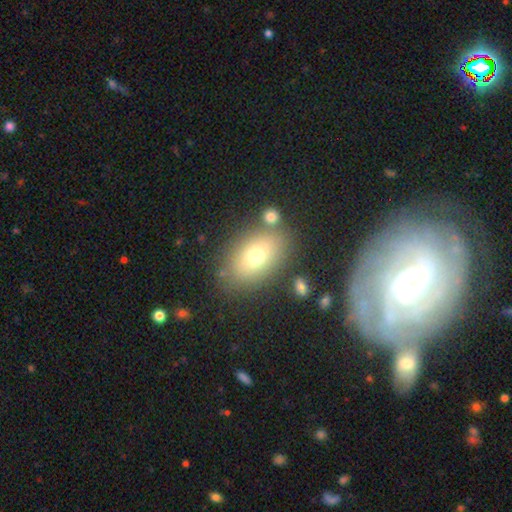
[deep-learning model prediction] Smooth or featured? smooth (72%)
How rounded? in between (83%)
Merging? none (76%)